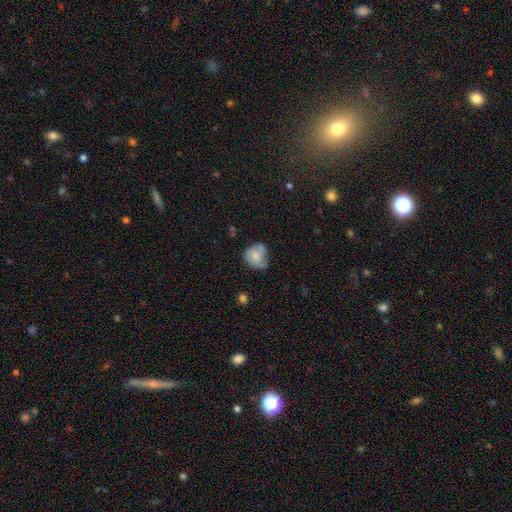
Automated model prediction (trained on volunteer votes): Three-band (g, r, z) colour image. It shows a smooth galaxy with no disk features (62%) that is round (64%). Merging: none (43%).